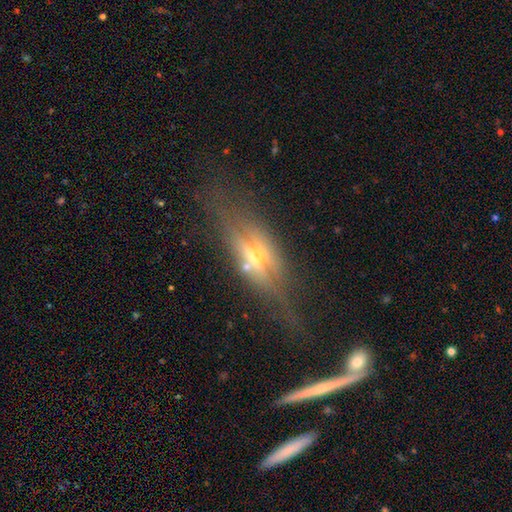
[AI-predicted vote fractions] This appears to be a featured or disk galaxy (71%) viewed edge-on (85%) with a rounded central bulge (90%). Merging: none (68%).